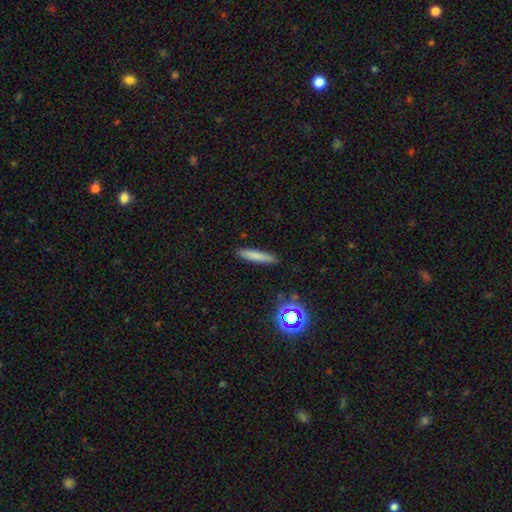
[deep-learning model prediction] A smooth galaxy with no disk features (77%) that is cigar-shaped (88%). Merging: none (88%).